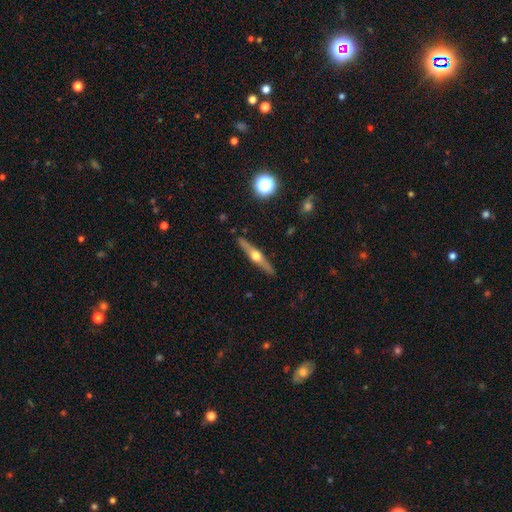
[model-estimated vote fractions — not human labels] Overall: featured or disk (72%). Edge-on disk: yes (97%). Edge-on bulge: rounded (95%). Merging: none (90%).